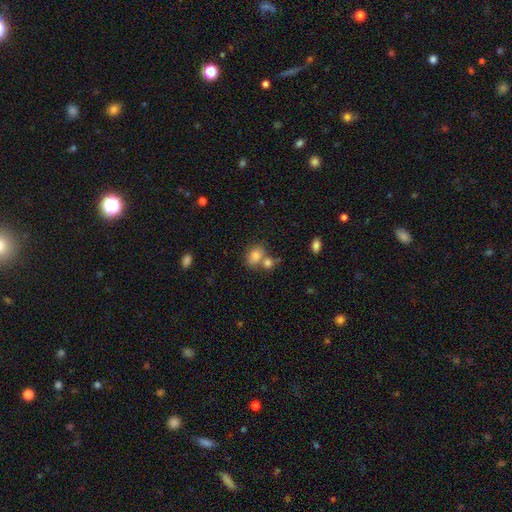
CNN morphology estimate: This is clearly a smooth galaxy (82%). How rounded: likely in between (69%). Merging: possibly none (47%).